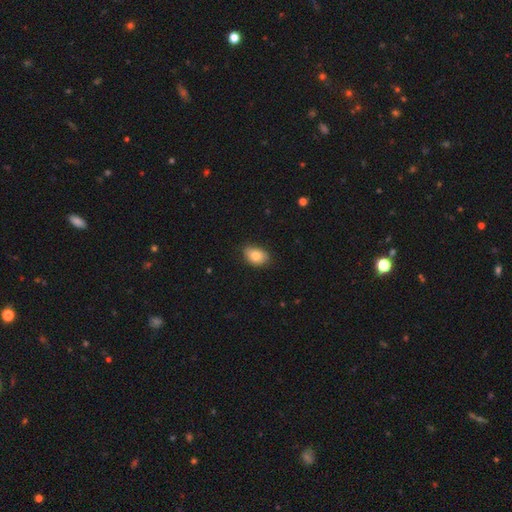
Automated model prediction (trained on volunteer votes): The model was most divided on "merging": none: 78%, minor disturbance: 18%, major disturbance: 3%, merger: 1%. More confident: how rounded — in between (82%); smooth or featured — smooth (82%).